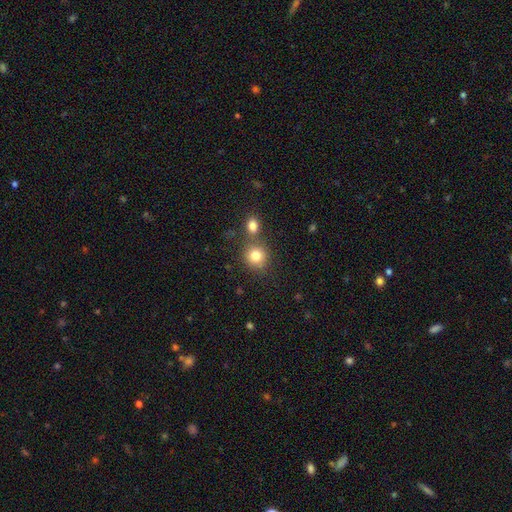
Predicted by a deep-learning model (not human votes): This appears to be a smooth galaxy with no disk features (81%) that is round (88%). Merging: none (65%).